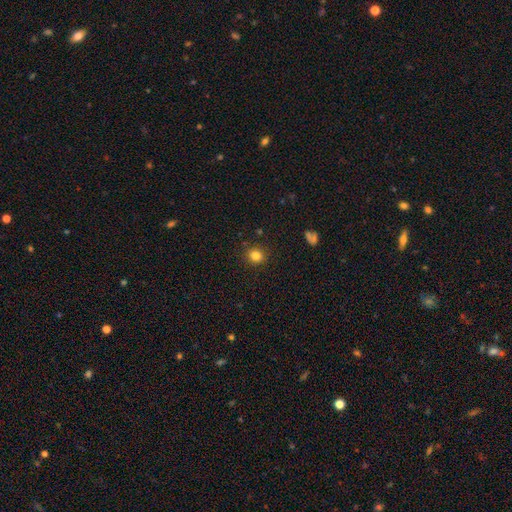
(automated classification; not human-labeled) Smooth or featured? Predicted: smooth (p=0.83). How rounded? Predicted: round (p=0.74). Merging? Predicted: none (p=0.88).